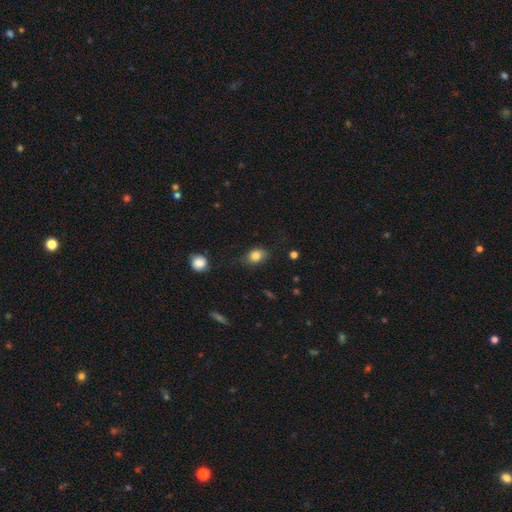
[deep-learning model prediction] Overall: smooth (81%). How rounded: in between (63%; round 35%). Merging: none (66%).